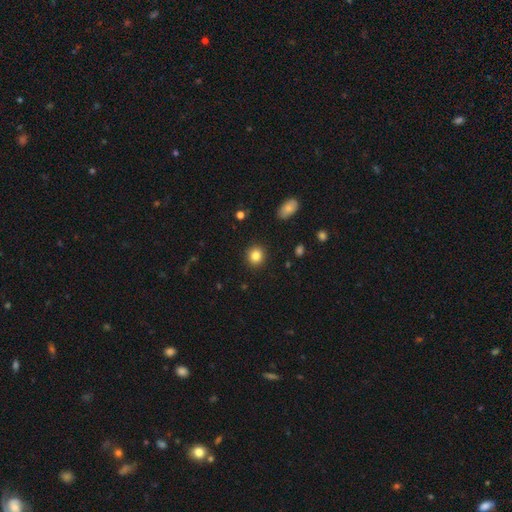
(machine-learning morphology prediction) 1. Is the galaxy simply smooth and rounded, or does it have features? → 83% smooth, 10% star or artifact, 6% featured or disk.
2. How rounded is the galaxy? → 87% round, 12% in between, 1% cigar-shaped.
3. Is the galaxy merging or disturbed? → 91% none, 6% minor disturbance, 2% major disturbance, 1% merger.